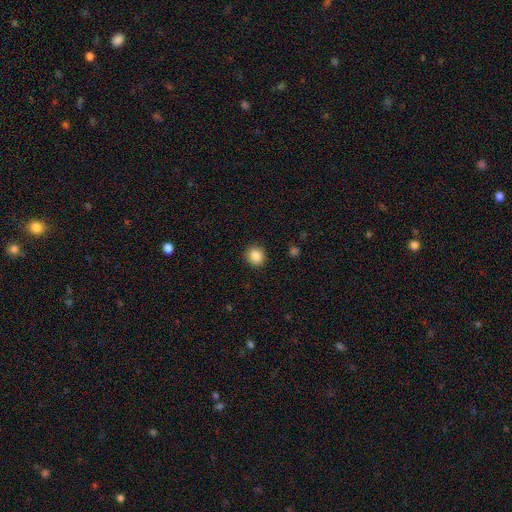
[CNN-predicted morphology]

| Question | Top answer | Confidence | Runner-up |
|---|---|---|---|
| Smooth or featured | smooth | 87% | star or artifact (9%) |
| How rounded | round | 86% | in between (13%) |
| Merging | none | 92% | minor disturbance (5%) |